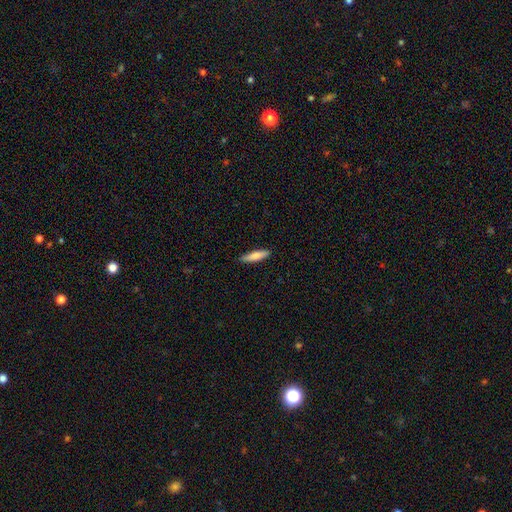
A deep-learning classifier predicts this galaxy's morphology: smooth-or-featured: smooth: 77% | featured or disk: 17% | star or artifact: 5%
  how-rounded: cigar-shaped: 75% | in between: 23% | round: 1%
  merging: none: 89% | minor disturbance: 8% | major disturbance: 2% | merger: 1%